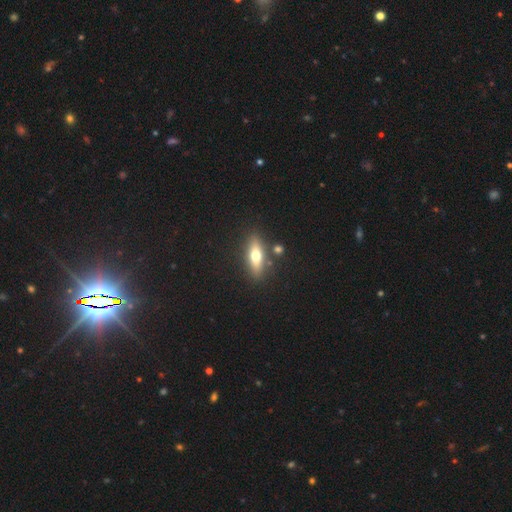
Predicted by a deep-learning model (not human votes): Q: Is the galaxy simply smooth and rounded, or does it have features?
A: smooth — 55%.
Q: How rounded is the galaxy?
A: in between — 50%.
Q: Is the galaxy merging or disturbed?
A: none — 82%.